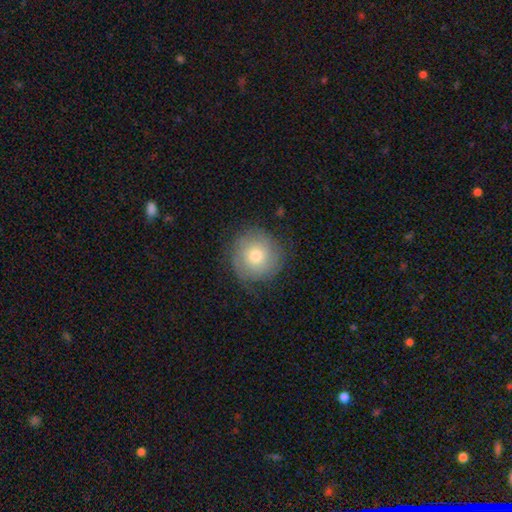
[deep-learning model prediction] Smooth or featured?
  - smooth: 63% *
  - featured or disk: 28%
  - star or artifact: 9%
How rounded?
  - round: 94% *
  - in between: 5%
  - cigar-shaped: 1%
Merging?
  - none: 77% *
  - minor disturbance: 17%
  - major disturbance: 6%
  - merger: 1%